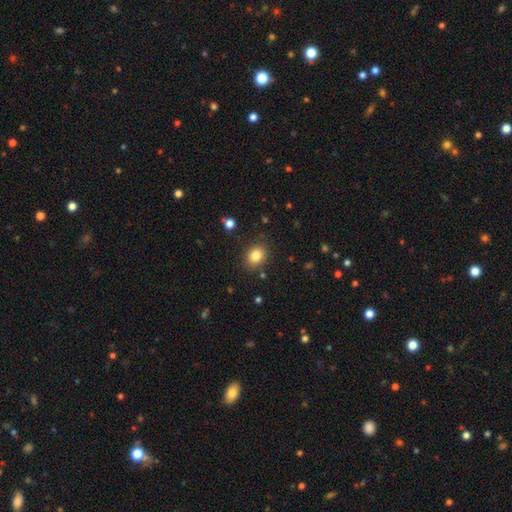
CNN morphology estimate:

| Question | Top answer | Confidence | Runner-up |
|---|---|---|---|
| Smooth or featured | smooth | 83% | star or artifact (10%) |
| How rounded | in between | 53% | round (46%) |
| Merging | none | 85% | minor disturbance (10%) |